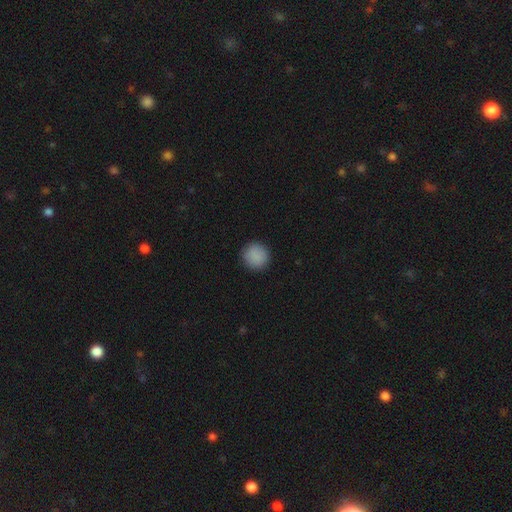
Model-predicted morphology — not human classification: Smooth or featured: smooth — 89% (star or artifact — 8%)
How rounded: round — 93% (in between — 6%)
Merging: none — 90% (minor disturbance — 7%)